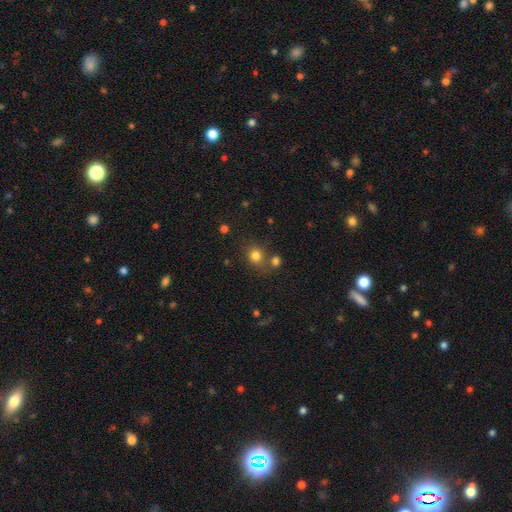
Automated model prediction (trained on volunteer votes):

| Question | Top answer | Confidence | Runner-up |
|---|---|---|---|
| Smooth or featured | smooth | 79% | star or artifact (14%) |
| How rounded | round | 79% | in between (20%) |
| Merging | none | 64% | merger (20%) |